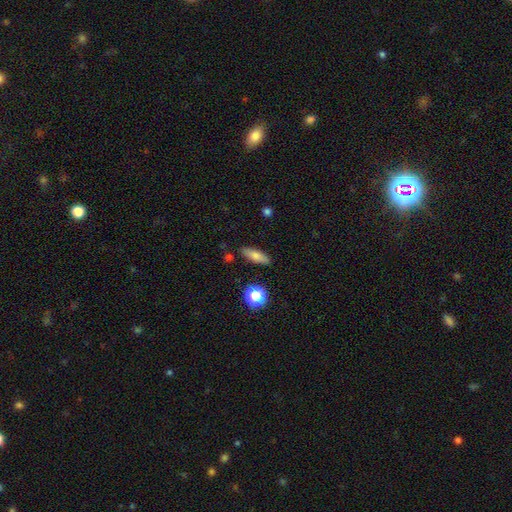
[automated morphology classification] Overall: smooth (74%). How rounded: in between (54%; cigar-shaped 41%). Merging: none (86%).